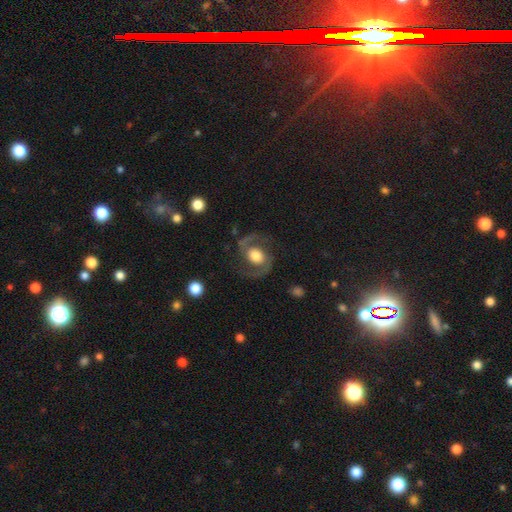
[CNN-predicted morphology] A featured or disk galaxy (86%) with no bar (63%), 2 (94%) medium (61%) spiral arms (95%) and a moderate central bulge (46%).

Vote fractions:
- Smooth or featured? featured or disk: 86% / smooth: 9% / star or artifact: 5%
- Edge-on disk? no: 98% / yes: 2%
- Bar? no: 63% / weak: 28% / strong: 9%
- Spiral arms? yes: 95% / no: 5%
- Spiral winding? medium: 61% / loose: 24% / tight: 15%
- Spiral arm count? 2: 94% / can't tell: 2% / 1: 1% / 3: 1% / 4: 1% / more than 4: 1%
- Bulge size? moderate: 46% / large: 43% / small: 5% / dominant: 4% / none: 2%
- Merging? none: 80% / minor disturbance: 12% / major disturbance: 7% / merger: 2%